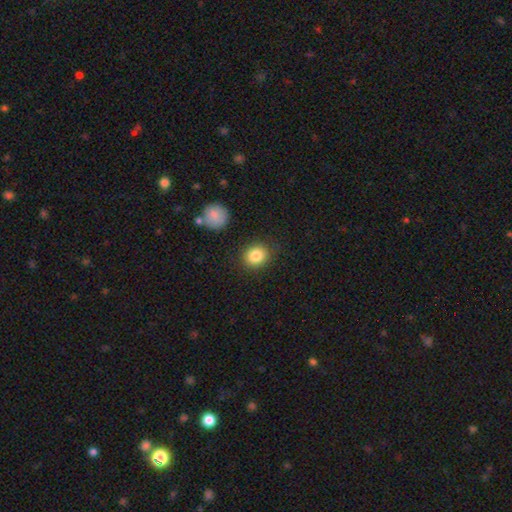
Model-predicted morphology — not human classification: This is clearly a smooth galaxy (85%). How rounded: likely round (71%). Merging: clearly none (85%).